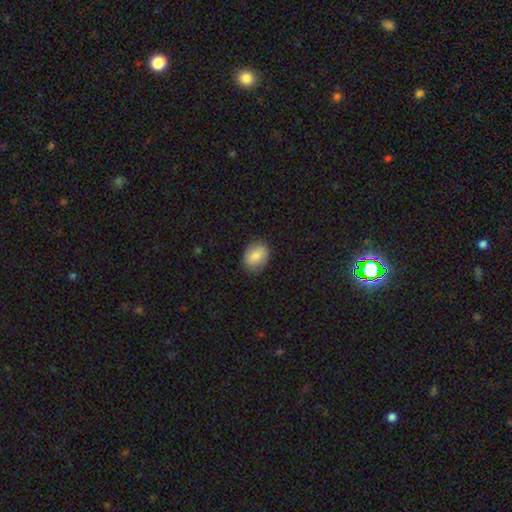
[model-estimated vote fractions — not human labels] Smooth or featured? smooth (83%)
How rounded? in between (71%)
Merging? none (83%)